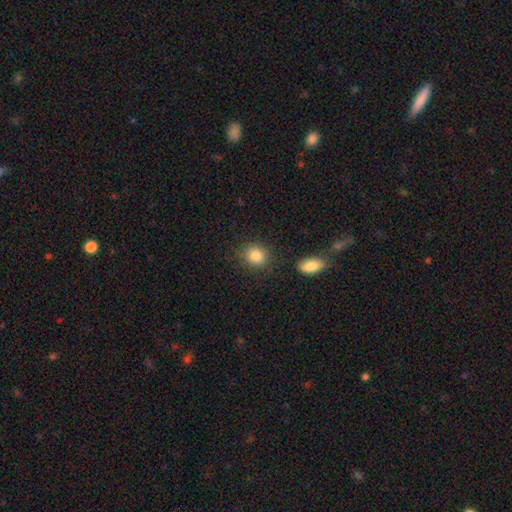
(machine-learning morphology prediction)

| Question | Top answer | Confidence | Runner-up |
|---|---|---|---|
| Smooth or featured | smooth | 86% | star or artifact (9%) |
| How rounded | round | 74% | in between (25%) |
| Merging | none | 81% | minor disturbance (11%) |